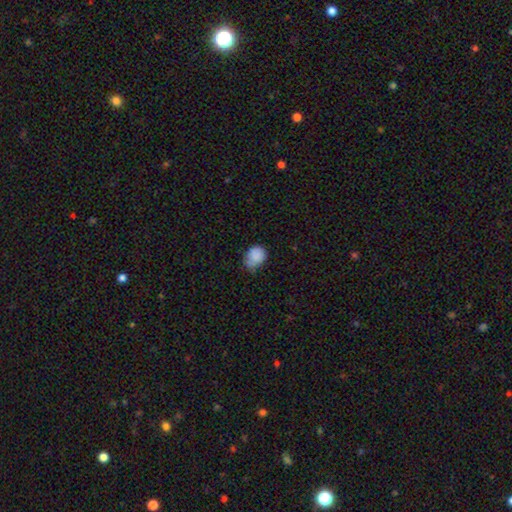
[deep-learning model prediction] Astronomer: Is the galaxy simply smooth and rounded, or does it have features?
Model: smooth — 84%.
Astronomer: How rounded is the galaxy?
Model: round — 58% (runner-up: in between, 41%).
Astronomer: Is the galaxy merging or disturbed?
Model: none — 45% (runner-up: minor disturbance, 42%).